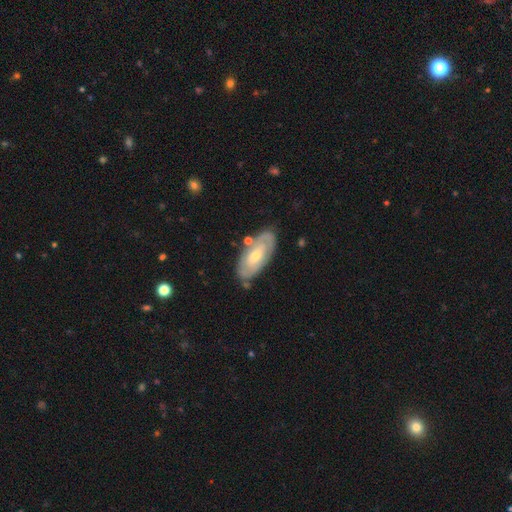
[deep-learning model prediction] Smooth or featured: featured or disk — 67% (smooth — 27%)
Edge-on disk: no — 90% (yes — 10%)
Bar: no — 52% (weak — 38%)
Spiral arms: yes — 74% (no — 26%)
Bulge size: moderate — 52% (small — 43%)
Merging: none — 77% (minor disturbance — 16%)